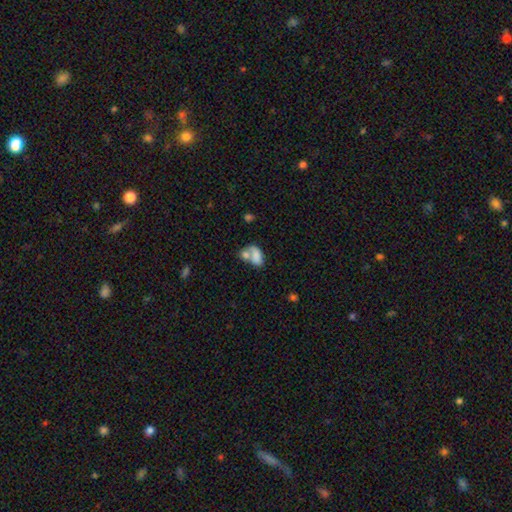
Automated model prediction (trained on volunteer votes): Overall: smooth (70%). How rounded: in between (85%). Merging: merger (59%; none 20%).